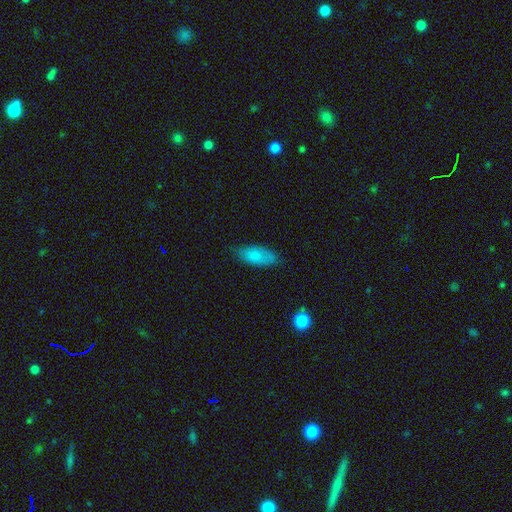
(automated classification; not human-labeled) Smooth or featured? Predicted: smooth (p=0.82). How rounded? Predicted: in between (p=0.83). Merging? Predicted: none (p=0.74).